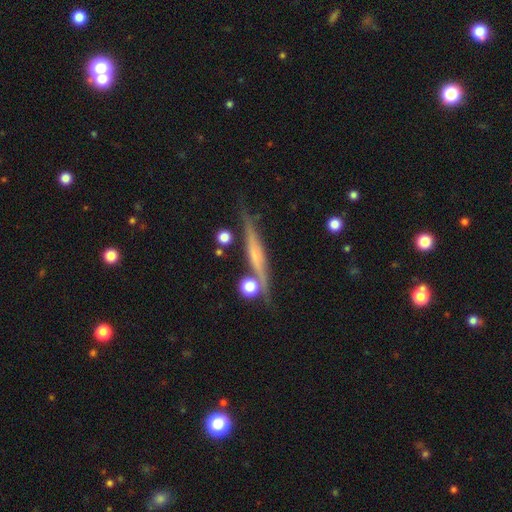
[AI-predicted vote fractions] A featured or disk galaxy (66%) viewed edge-on (95%) with no central bulge (46%).

Vote fractions:
- Smooth or featured? featured or disk: 66% / smooth: 26% / star or artifact: 8%
- Edge-on disk? yes: 95% / no: 5%
- Edge-on bulge? none: 46% / rounded: 40% / boxy: 14%
- Merging? none: 77% / minor disturbance: 13% / merger: 6% / major disturbance: 4%